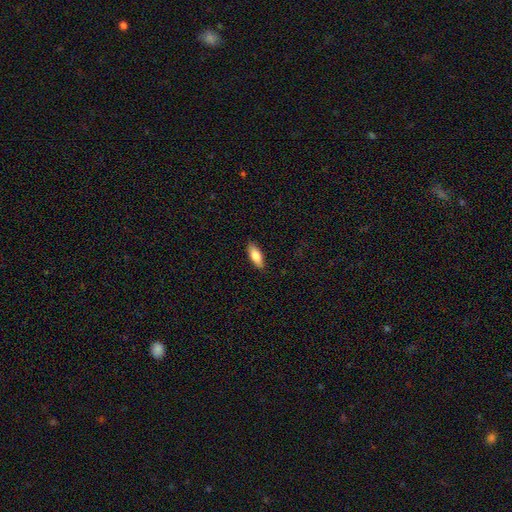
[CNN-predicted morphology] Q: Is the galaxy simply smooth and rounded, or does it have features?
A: smooth — 79%.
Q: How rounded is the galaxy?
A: in between — 73%.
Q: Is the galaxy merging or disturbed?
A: none — 89%.